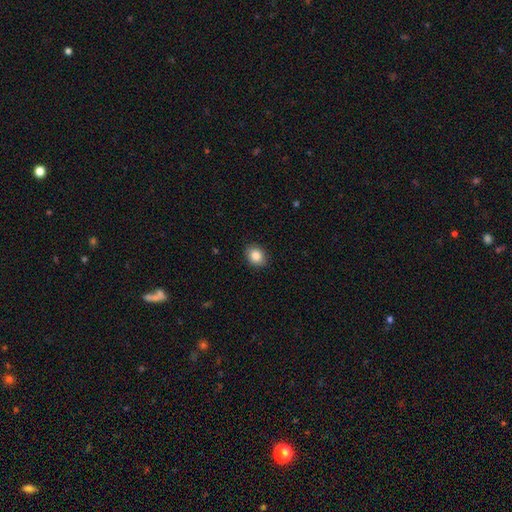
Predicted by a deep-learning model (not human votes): The model was most divided on "how rounded": in between: 55%, round: 44%, cigar-shaped: 1%. More confident: merging — none (87%); smooth or featured — smooth (86%).